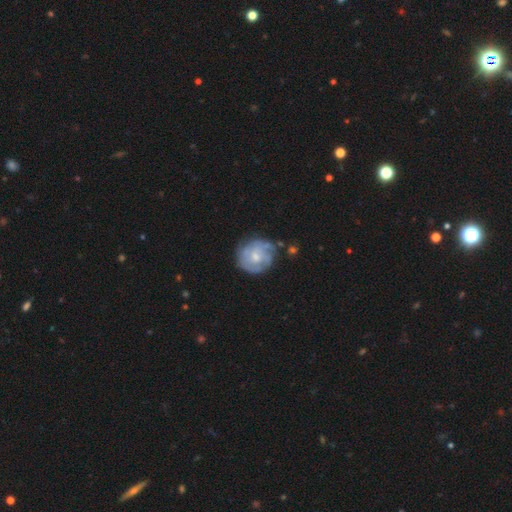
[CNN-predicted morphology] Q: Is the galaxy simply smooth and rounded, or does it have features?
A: featured or disk — 64%.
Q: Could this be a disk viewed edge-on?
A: no — 98%.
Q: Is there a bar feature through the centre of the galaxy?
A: no — 70%.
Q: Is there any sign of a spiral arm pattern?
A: yes — 72%.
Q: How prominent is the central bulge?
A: moderate — 47%.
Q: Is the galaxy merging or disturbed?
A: none — 66%.